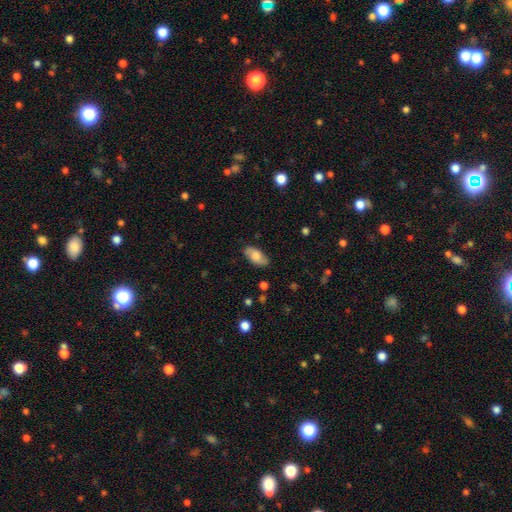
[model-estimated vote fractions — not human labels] Q: Smooth or featured?
A: smooth (65%); runner-up: featured or disk (28%)
Q: How rounded?
A: in between (91%); runner-up: cigar-shaped (5%)
Q: Merging?
A: none (81%); runner-up: minor disturbance (14%)